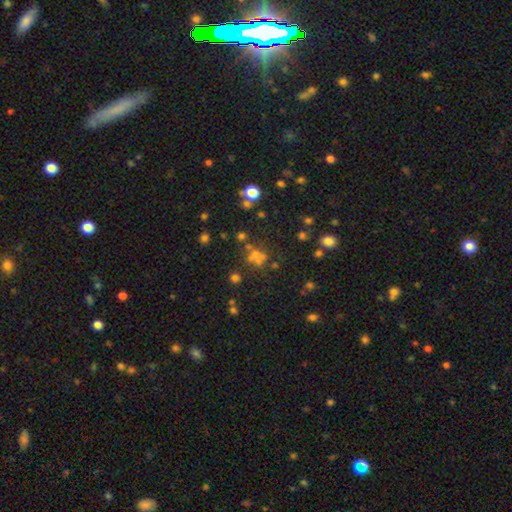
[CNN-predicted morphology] This appears to be a star or artifact, not a galaxy (45%).